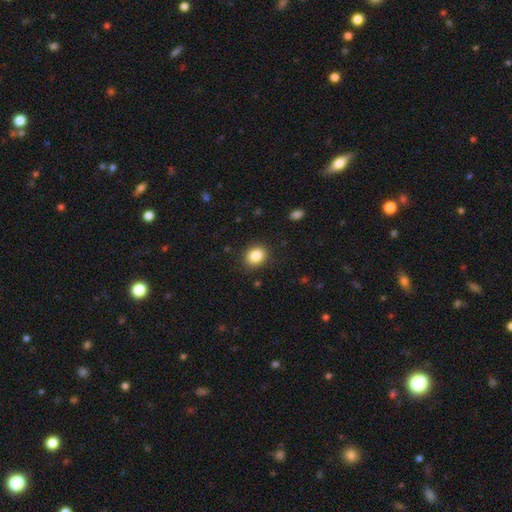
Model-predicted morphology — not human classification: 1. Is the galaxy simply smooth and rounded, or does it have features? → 86% smooth, 9% star or artifact, 5% featured or disk.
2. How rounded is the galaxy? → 58% round, 41% in between, 1% cigar-shaped.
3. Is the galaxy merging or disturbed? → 88% none, 8% minor disturbance, 2% major disturbance, 1% merger.